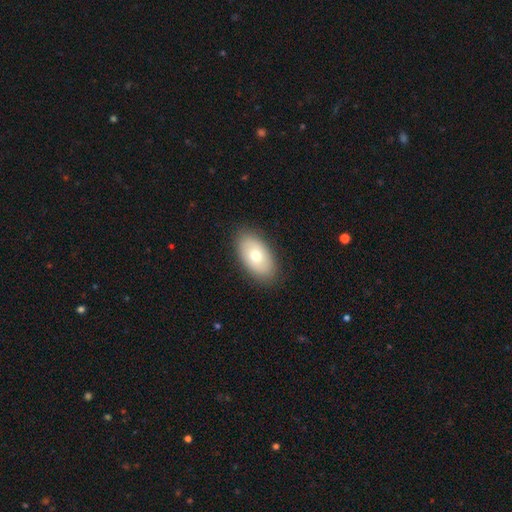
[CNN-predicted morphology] smooth-or-featured: smooth: 70% | featured or disk: 23% | star or artifact: 7%
  how-rounded: in between: 93% | round: 5% | cigar-shaped: 2%
  merging: none: 87% | minor disturbance: 9% | major disturbance: 2% | merger: 1%